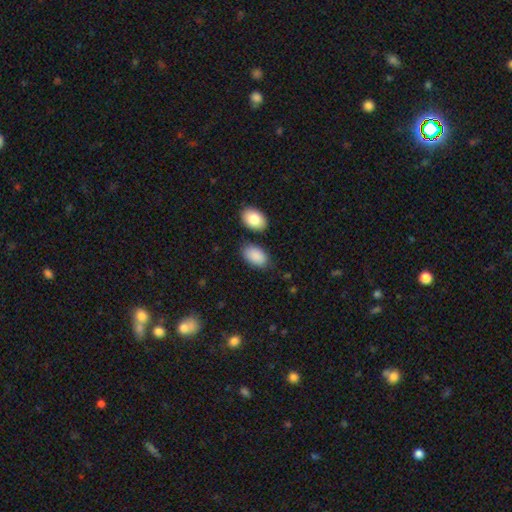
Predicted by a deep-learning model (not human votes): smooth 90%, star or artifact 6%, featured or disk 4%. Down the decision tree: how rounded — in between (94%); merging — none (77%).